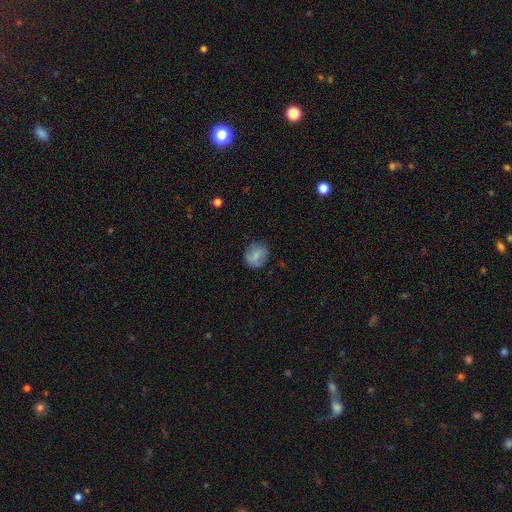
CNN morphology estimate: Smooth or featured? Predicted: smooth (p=0.74). How rounded? Predicted: round (p=0.68). Merging? Predicted: none (p=0.74).